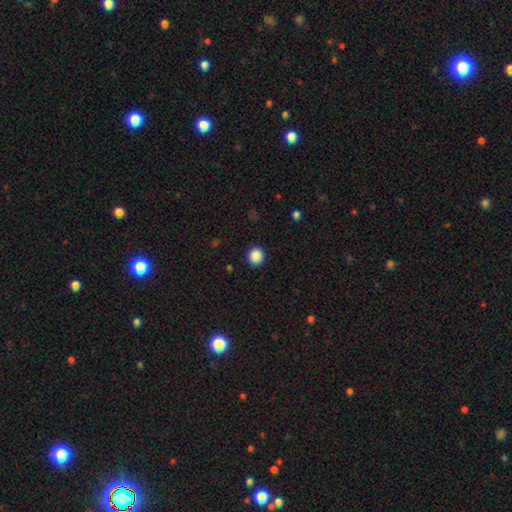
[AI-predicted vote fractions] smooth_or_featured: smooth (p=0.88) [alt: star or artifact p=0.10]
how_rounded: round (p=0.92) [alt: in between p=0.07]
merging: none (p=0.92) [alt: minor disturbance p=0.05]